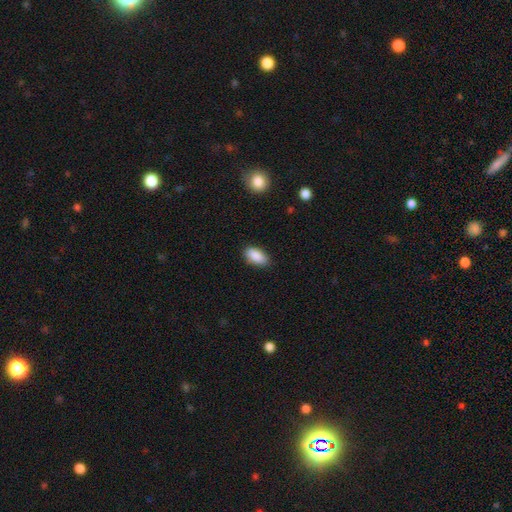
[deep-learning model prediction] This is clearly a smooth galaxy (89%). How rounded: clearly in between (91%). Merging: clearly none (85%).